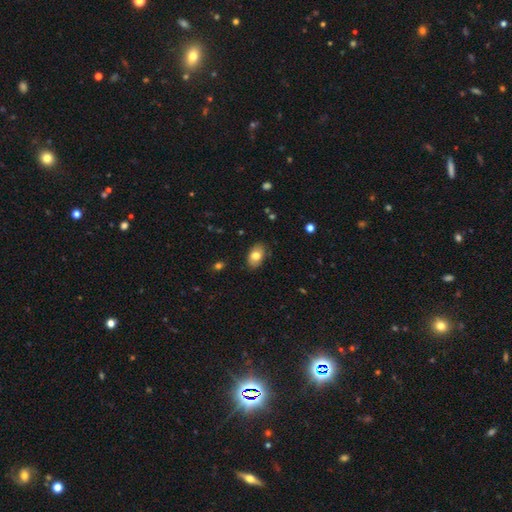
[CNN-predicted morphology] Smooth or featured? Predicted: smooth (p=0.76). How rounded? Predicted: in between (p=0.90). Merging? Predicted: none (p=0.84).